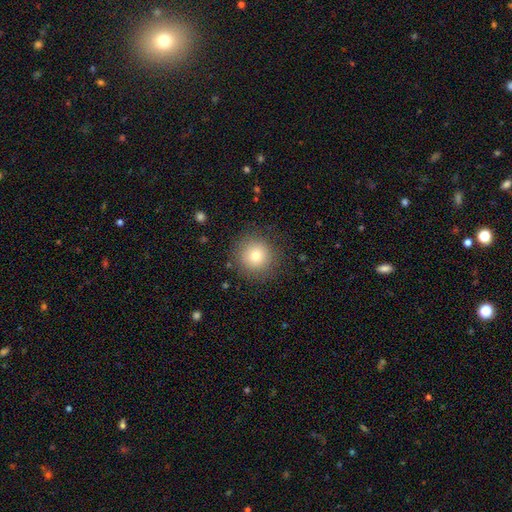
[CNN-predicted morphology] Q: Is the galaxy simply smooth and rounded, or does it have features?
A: smooth — 77%.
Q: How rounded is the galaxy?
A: round — 95%.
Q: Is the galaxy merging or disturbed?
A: none — 88%.